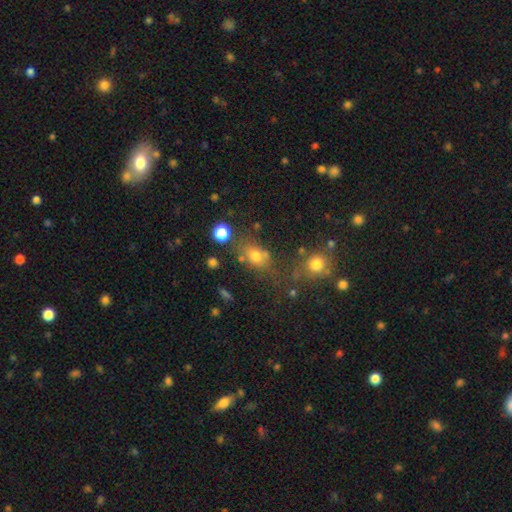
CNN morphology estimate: Smooth or featured? smooth (67%)
How rounded? in between (56%)
Merging? none (61%)